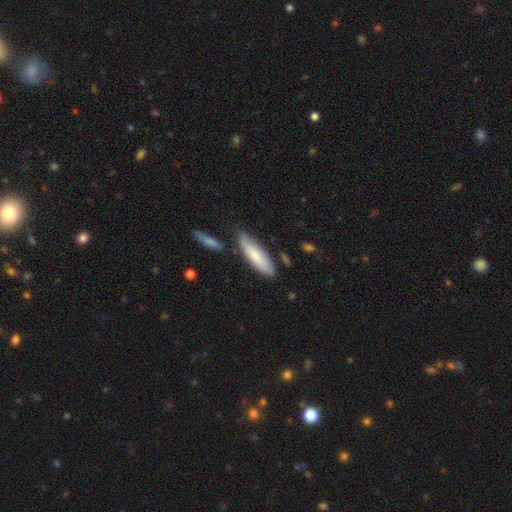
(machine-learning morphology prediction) type=smooth (80%); roundness=cigar-shaped (54%); merging=none (74%).